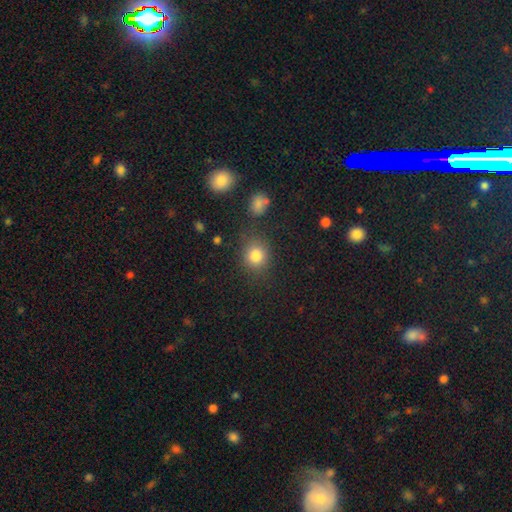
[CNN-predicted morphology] smooth 81%, star or artifact 13%, featured or disk 6%. Down the decision tree: how rounded — round (77%); merging — none (76%).